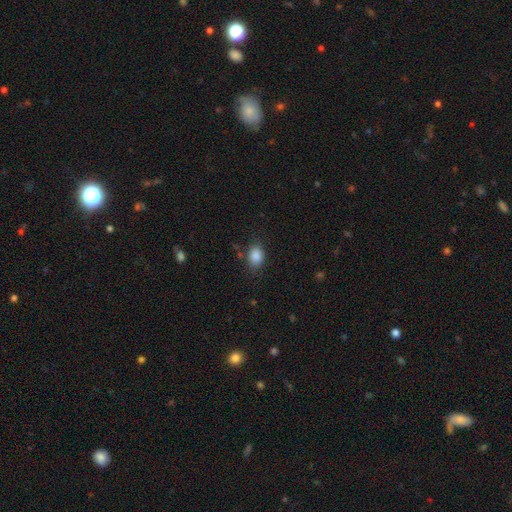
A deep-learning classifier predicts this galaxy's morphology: A smooth galaxy with no disk features (87%) that is in between round and cigar-shaped (71%).

Vote fractions:
- Smooth or featured? smooth: 87% / star or artifact: 9% / featured or disk: 5%
- How rounded? in between: 71% / round: 28% / cigar-shaped: 1%
- Merging? none: 78% / minor disturbance: 16% / major disturbance: 4% / merger: 2%